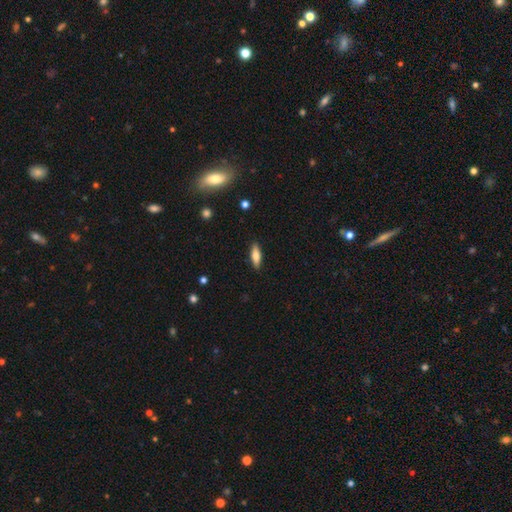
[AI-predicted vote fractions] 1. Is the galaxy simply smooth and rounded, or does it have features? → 70% smooth, 23% featured or disk, 7% star or artifact.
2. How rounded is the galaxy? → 51% in between, 46% cigar-shaped, 2% round.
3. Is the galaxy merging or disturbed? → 89% none, 8% minor disturbance, 2% major disturbance, 1% merger.